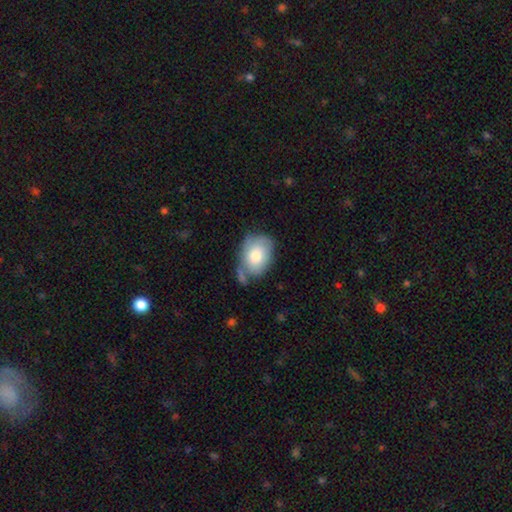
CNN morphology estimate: A smooth galaxy with no disk features (76%) that is in between round and cigar-shaped (73%).

Vote fractions:
- Smooth or featured? smooth: 76% / featured or disk: 18% / star or artifact: 6%
- How rounded? in between: 73% / round: 26% / cigar-shaped: 1%
- Merging? none: 50% / minor disturbance: 28% / merger: 12% / major disturbance: 10%